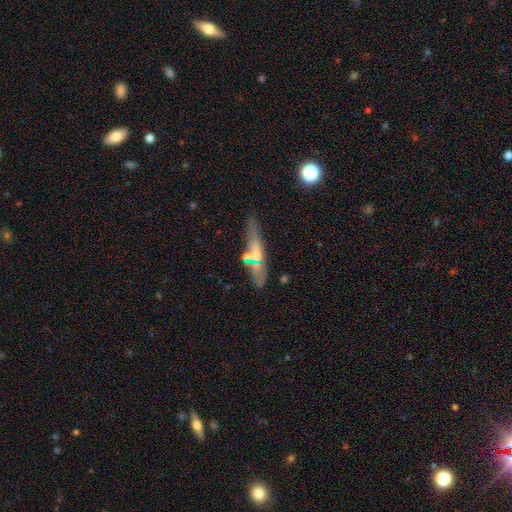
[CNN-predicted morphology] A smooth galaxy with no disk features (47%).

Vote fractions:
- Smooth or featured? smooth: 47% / featured or disk: 42% / star or artifact: 11%
- Merging? none: 69% / minor disturbance: 17% / merger: 8% / major disturbance: 5%